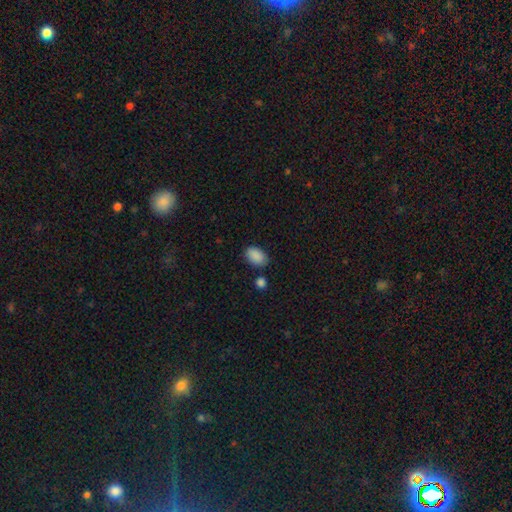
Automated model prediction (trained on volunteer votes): Smooth or featured? smooth (90%)
How rounded? in between (91%)
Merging? none (80%)